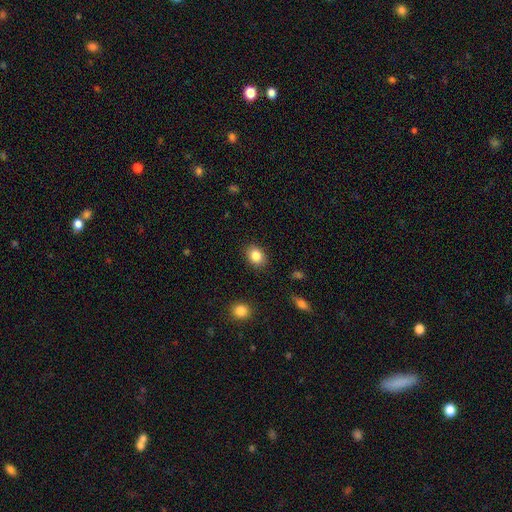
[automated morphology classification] Smooth or featured? smooth (84%)
How rounded? in between (59%)
Merging? none (87%)